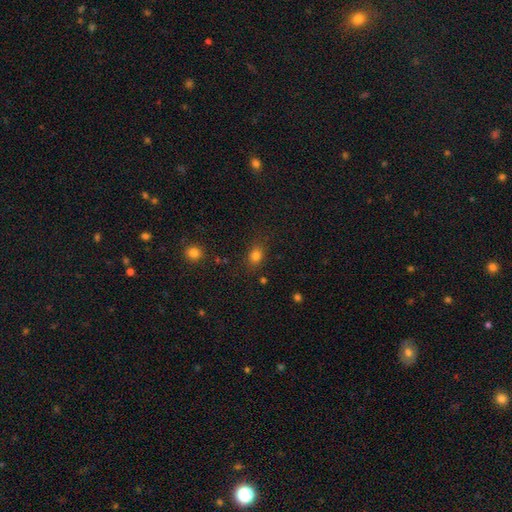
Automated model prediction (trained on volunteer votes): Morphology: type=smooth (80%); roundness=in between (56%); merging=none (79%).